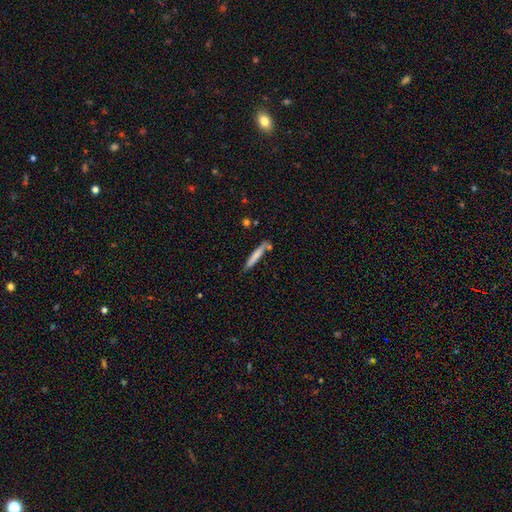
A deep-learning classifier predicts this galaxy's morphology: smooth 72%, featured or disk 22%, star or artifact 6%. Down the decision tree: how rounded — cigar-shaped (94%); merging — none (75%).